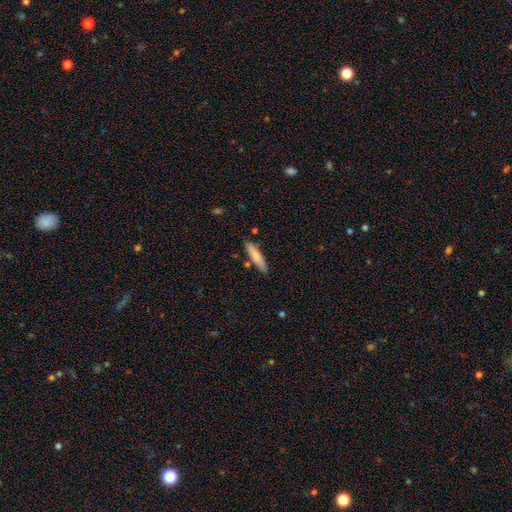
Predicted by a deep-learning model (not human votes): smooth-or-featured: smooth: 79% | featured or disk: 15% | star or artifact: 6%
  how-rounded: cigar-shaped: 84% | in between: 14% | round: 1%
  merging: none: 83% | minor disturbance: 11% | merger: 4% | major disturbance: 2%